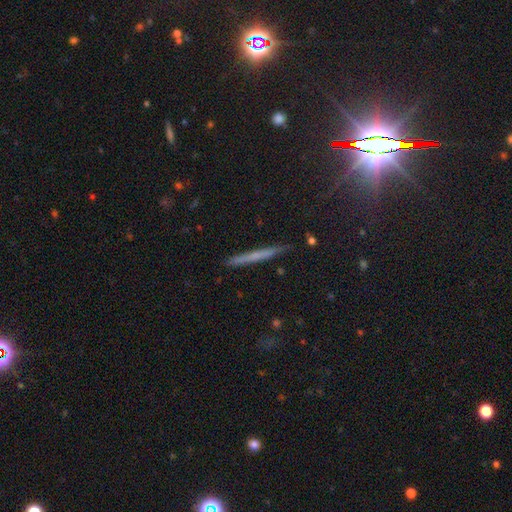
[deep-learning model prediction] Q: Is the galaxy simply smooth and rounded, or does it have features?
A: smooth — 51%.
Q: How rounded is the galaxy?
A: cigar-shaped — 96%.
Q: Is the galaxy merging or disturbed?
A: none — 89%.